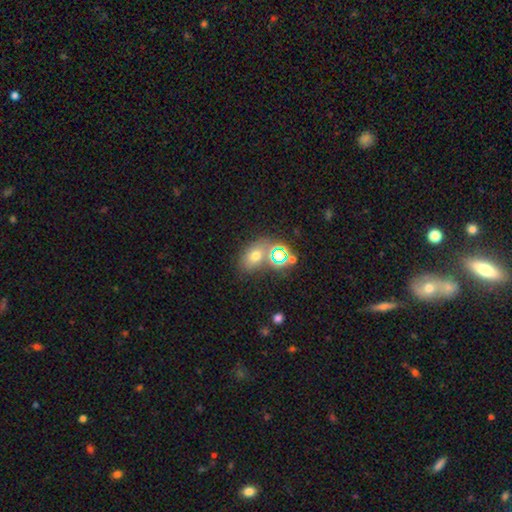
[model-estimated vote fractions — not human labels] smooth 61%, star or artifact 26%, featured or disk 13%. Down the decision tree: how rounded — in between (68%); merging — none (65%).